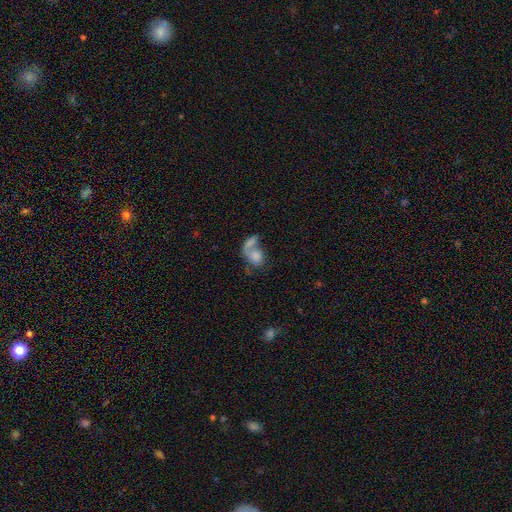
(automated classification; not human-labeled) Q: Smooth or featured?
A: smooth (72%); runner-up: featured or disk (18%)
Q: How rounded?
A: in between (63%); runner-up: round (35%)
Q: Merging?
A: merger (62%); runner-up: none (20%)